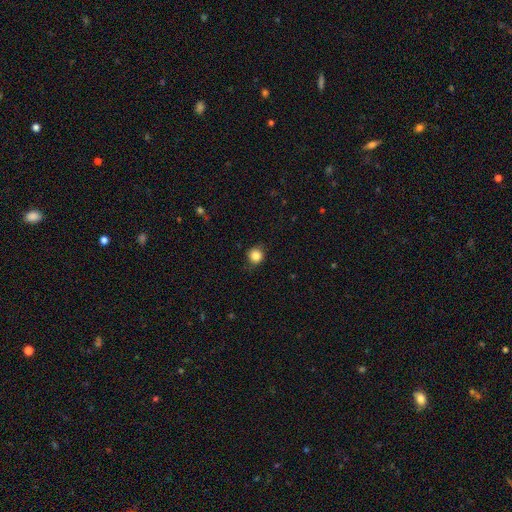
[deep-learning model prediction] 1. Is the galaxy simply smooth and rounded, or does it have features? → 85% smooth, 10% star or artifact, 5% featured or disk.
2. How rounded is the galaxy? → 89% round, 10% in between, 1% cigar-shaped.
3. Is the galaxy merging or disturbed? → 82% none, 14% minor disturbance, 3% major disturbance, 1% merger.